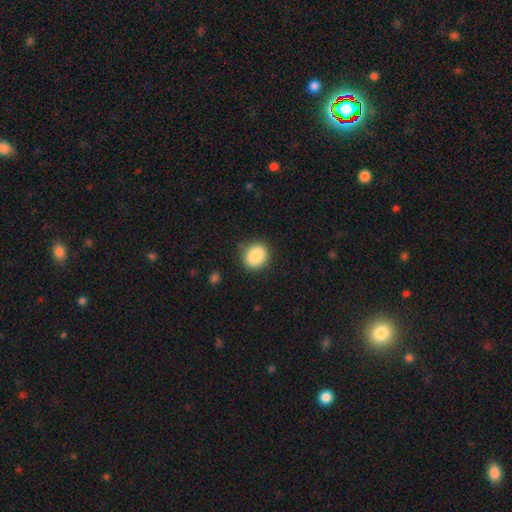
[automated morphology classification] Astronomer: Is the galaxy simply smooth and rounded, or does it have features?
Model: smooth — 88%.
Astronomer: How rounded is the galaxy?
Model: round — 81%.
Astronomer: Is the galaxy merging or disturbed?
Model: none — 87%.